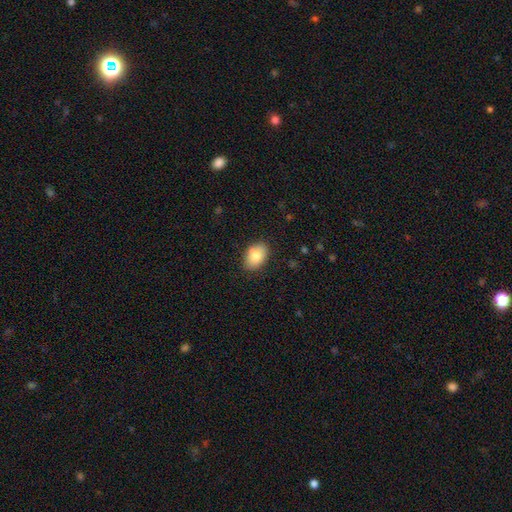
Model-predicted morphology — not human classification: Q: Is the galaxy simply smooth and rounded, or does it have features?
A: smooth — 82%.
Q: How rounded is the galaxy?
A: in between — 84%.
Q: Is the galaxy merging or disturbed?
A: none — 83%.